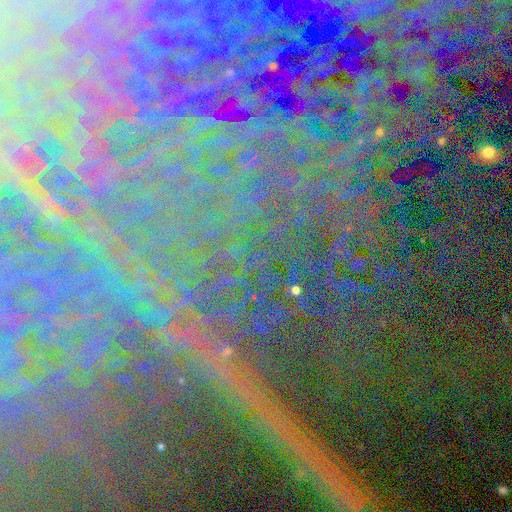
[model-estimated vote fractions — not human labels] smooth_or_featured: star or artifact (p=0.84) [alt: featured or disk p=0.09]